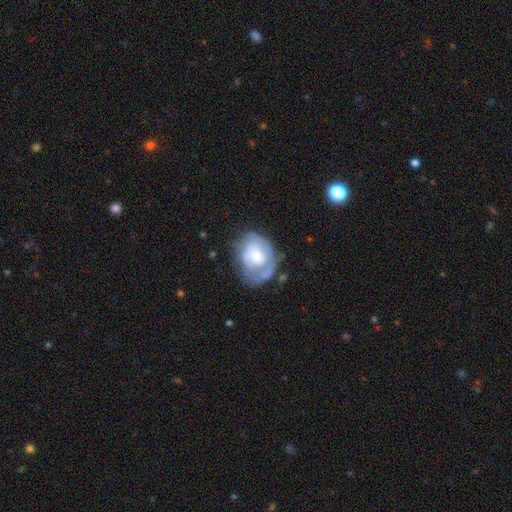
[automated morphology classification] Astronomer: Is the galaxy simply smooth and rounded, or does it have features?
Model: featured or disk — 63%.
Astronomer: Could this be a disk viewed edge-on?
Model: no — 97%.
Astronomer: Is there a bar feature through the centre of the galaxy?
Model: no — 76%.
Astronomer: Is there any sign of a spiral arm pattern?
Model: yes — 73%.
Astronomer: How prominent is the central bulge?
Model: small — 41% (runner-up: moderate, 38%).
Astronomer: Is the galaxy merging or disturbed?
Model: none — 51% (runner-up: minor disturbance, 27%).